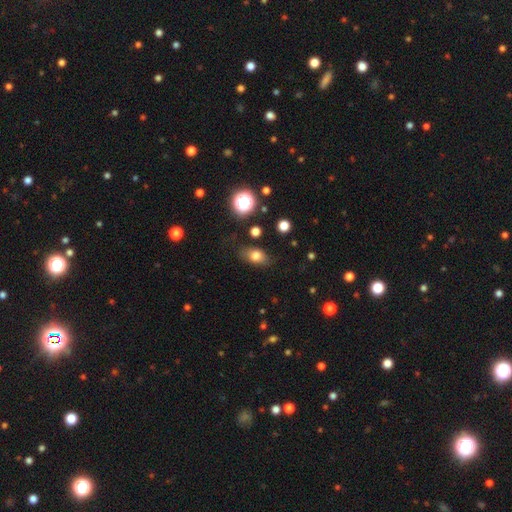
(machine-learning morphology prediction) This is likely a smooth galaxy (75%). How rounded: likely in between (78%). Merging: likely none (77%).